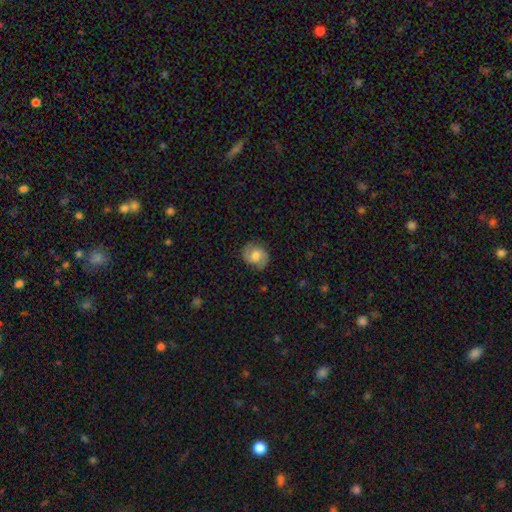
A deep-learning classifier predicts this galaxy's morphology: smooth-or-featured: featured or disk: 54% | smooth: 38% | star or artifact: 8%
  disk-edge-on: no: 97% | yes: 3%
    bar: no: 53% | weak: 38% | strong: 8%
    has-spiral-arms: yes: 87% | no: 13%
    bulge-size: moderate: 67% | small: 18% | large: 11% | none: 2% | dominant: 1%
  merging: none: 81% | minor disturbance: 14% | major disturbance: 4% | merger: 1%